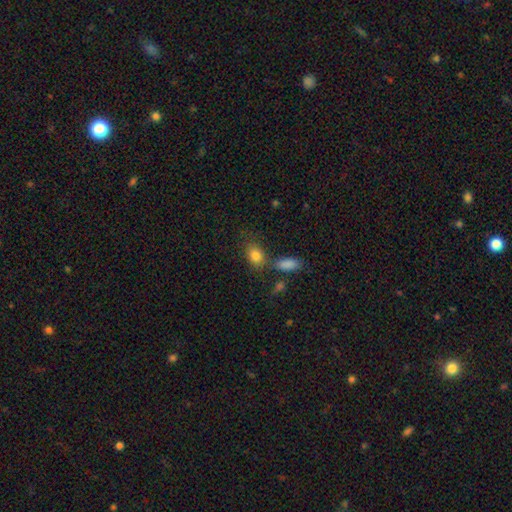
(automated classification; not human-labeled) Smooth or featured?
  - smooth: 83% *
  - star or artifact: 9%
  - featured or disk: 8%
How rounded?
  - in between: 73% *
  - round: 24%
  - cigar-shaped: 2%
Merging?
  - none: 65% *
  - merger: 16%
  - minor disturbance: 14%
  - major disturbance: 5%